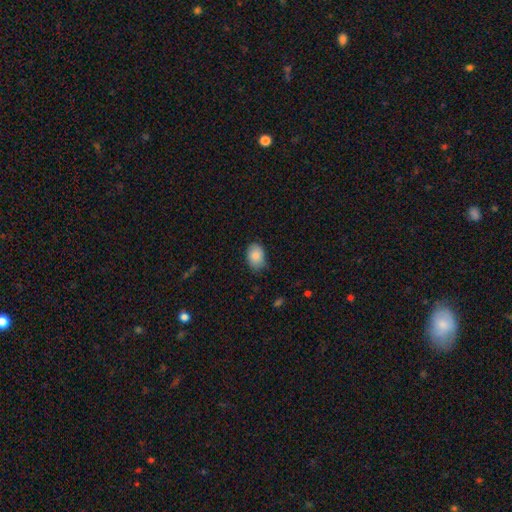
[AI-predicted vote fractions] Q: Smooth or featured?
A: smooth (86%); runner-up: featured or disk (8%)
Q: How rounded?
A: in between (81%); runner-up: round (18%)
Q: Merging?
A: none (74%); runner-up: minor disturbance (21%)